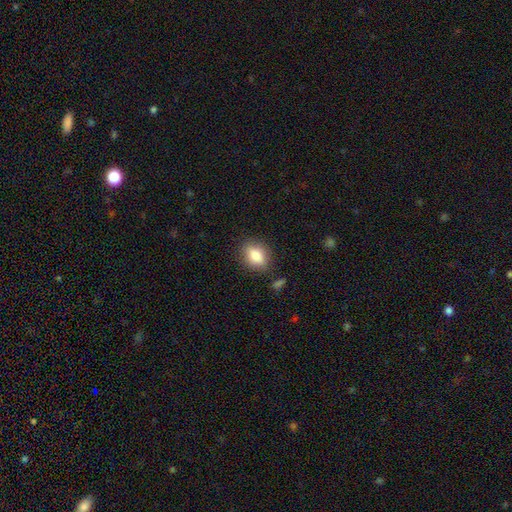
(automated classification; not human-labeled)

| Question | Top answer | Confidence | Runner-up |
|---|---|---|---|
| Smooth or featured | smooth | 83% | featured or disk (9%) |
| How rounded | in between | 68% | round (29%) |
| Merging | none | 82% | minor disturbance (12%) |